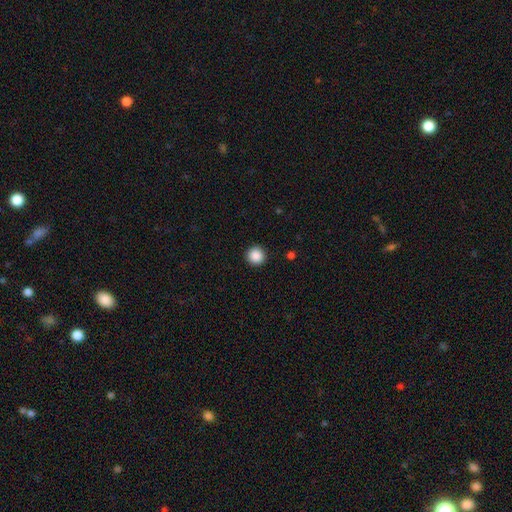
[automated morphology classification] A smooth galaxy with no disk features (88%) that is round (96%). Merging: none (93%).